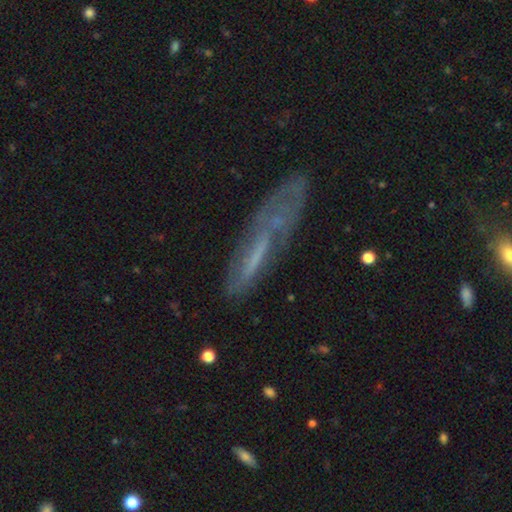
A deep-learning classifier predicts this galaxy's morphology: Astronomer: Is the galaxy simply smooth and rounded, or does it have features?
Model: featured or disk — 52% (runner-up: smooth, 38%).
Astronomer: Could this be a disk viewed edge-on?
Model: no — 51% (runner-up: yes, 49%).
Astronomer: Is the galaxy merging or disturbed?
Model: none — 51%.